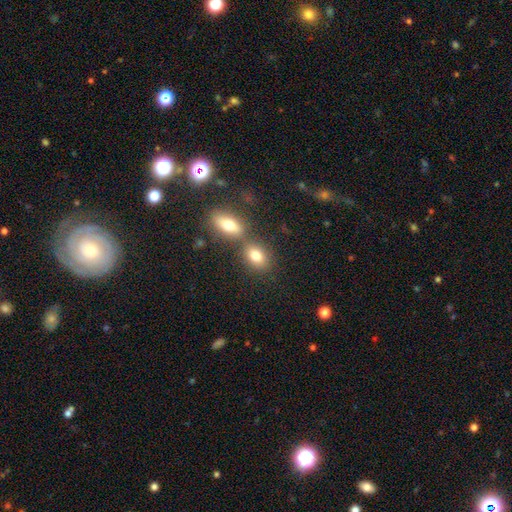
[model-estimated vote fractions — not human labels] smooth_or_featured: smooth (p=0.80) [alt: featured or disk p=0.11]
how_rounded: in between (p=0.71) [alt: round p=0.26]
merging: none (p=0.55) [alt: merger p=0.32]